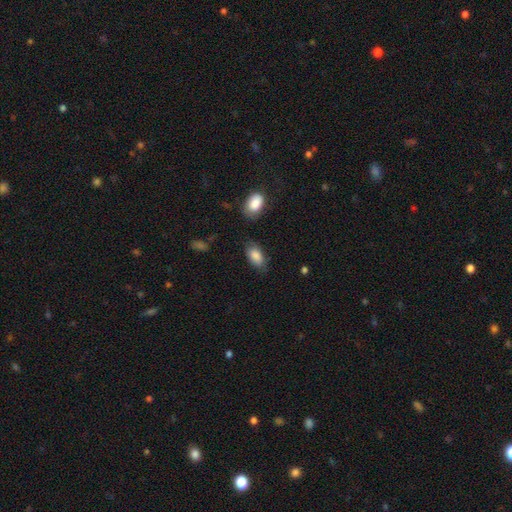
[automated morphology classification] smooth 86%, star or artifact 7%, featured or disk 7%. Down the decision tree: how rounded — in between (93%); merging — none (72%).